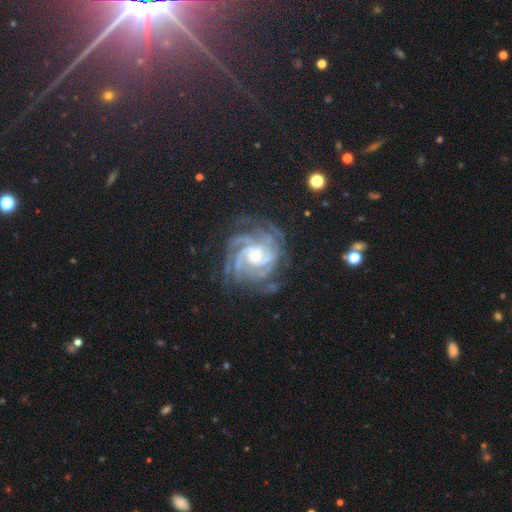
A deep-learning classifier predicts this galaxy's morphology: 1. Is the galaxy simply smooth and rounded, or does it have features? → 92% featured or disk, 5% star or artifact, 3% smooth.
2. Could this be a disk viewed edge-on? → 98% no, 2% yes.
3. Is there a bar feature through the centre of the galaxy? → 71% no, 21% weak, 8% strong.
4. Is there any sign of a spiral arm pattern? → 98% yes, 2% no.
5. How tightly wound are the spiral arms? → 72% tight, 25% medium, 3% loose.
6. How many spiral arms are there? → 26% 3, 25% 4, 16% can't tell, 15% 2, 12% more than 4, 7% 1.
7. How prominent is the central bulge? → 58% small, 35% moderate, 4% large, 2% none, 1% dominant.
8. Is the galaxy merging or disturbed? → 71% none, 18% minor disturbance, 9% major disturbance, 2% merger.